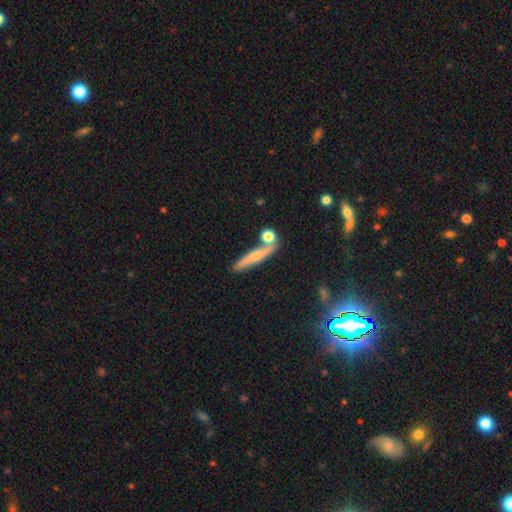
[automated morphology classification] A smooth galaxy with no disk features (46%, tied with featured or disk). Merging: none (69%).